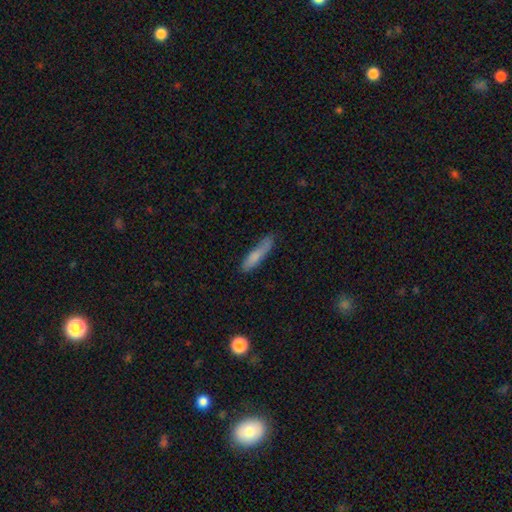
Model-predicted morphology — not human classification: Smooth or featured? Predicted: smooth (p=0.76). How rounded? Predicted: cigar-shaped (p=0.84). Merging? Predicted: none (p=0.71).